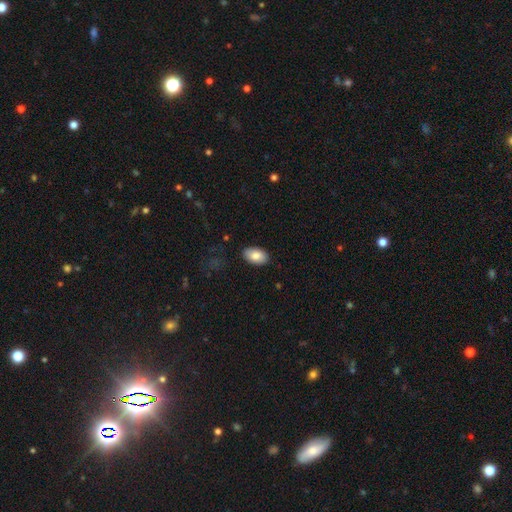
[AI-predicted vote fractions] Overall: smooth (81%). How rounded: in between (94%). Merging: none (88%).